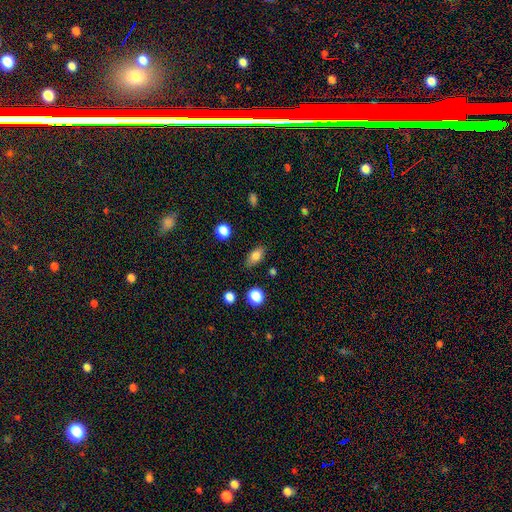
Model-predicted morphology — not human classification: Overall: smooth (81%). How rounded: in between (85%). Merging: none (82%).